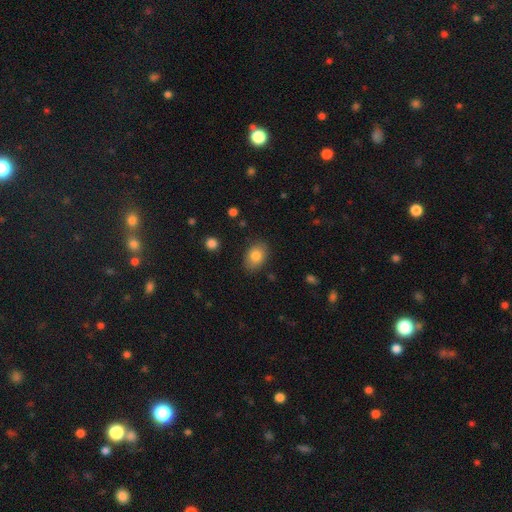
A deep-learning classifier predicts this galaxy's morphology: Overall: smooth (82%). How rounded: in between (78%). Merging: none (85%).